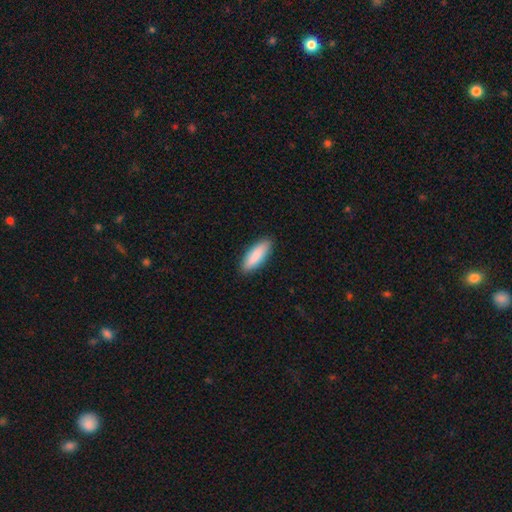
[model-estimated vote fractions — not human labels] Morphology: type=smooth (88%); roundness=in between (56%); merging=none (90%).